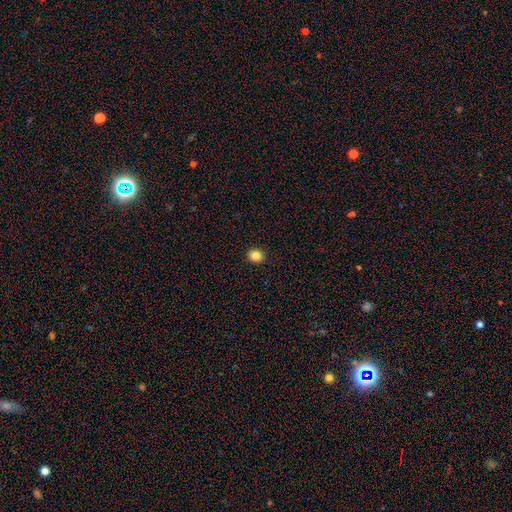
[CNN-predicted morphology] A smooth galaxy with no disk features (84%) that is round (79%).

Vote fractions:
- Smooth or featured? smooth: 84% / star or artifact: 12% / featured or disk: 4%
- How rounded? round: 79% / in between: 20% / cigar-shaped: 1%
- Merging? none: 93% / minor disturbance: 5% / major disturbance: 1% / merger: 1%